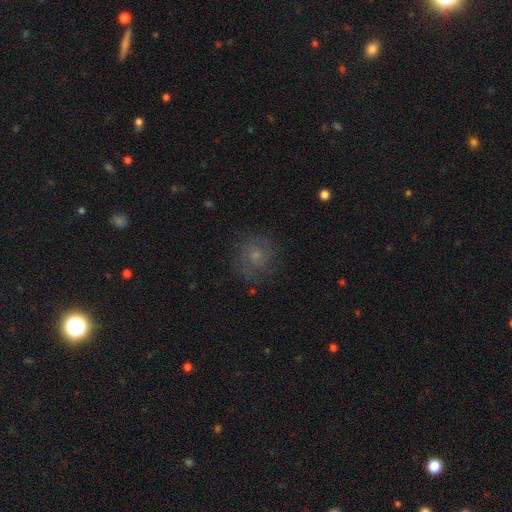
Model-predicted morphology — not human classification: A smooth galaxy with no disk features (52%) that is round (86%).

Vote fractions:
- Smooth or featured? smooth: 52% / featured or disk: 33% / star or artifact: 15%
- How rounded? round: 86% / in between: 13% / cigar-shaped: 1%
- Merging? none: 73% / minor disturbance: 16% / major disturbance: 9% / merger: 1%